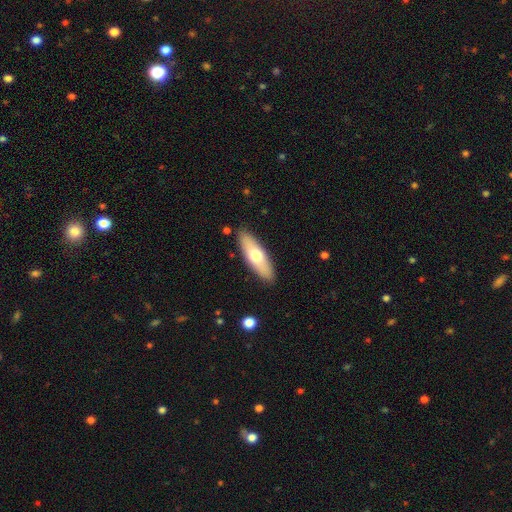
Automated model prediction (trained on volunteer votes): Smooth or featured: smooth — 60% (featured or disk — 35%)
How rounded: in between — 54% (cigar-shaped — 43%)
Merging: none — 89% (minor disturbance — 8%)